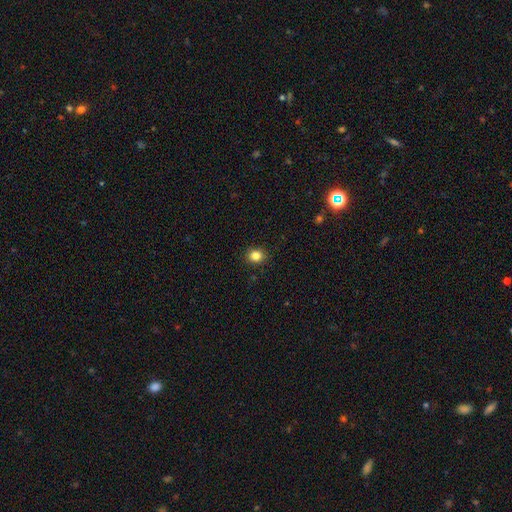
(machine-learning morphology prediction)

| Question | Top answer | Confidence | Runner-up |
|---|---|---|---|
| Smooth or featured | smooth | 84% | star or artifact (11%) |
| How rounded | round | 74% | in between (26%) |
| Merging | none | 91% | minor disturbance (6%) |